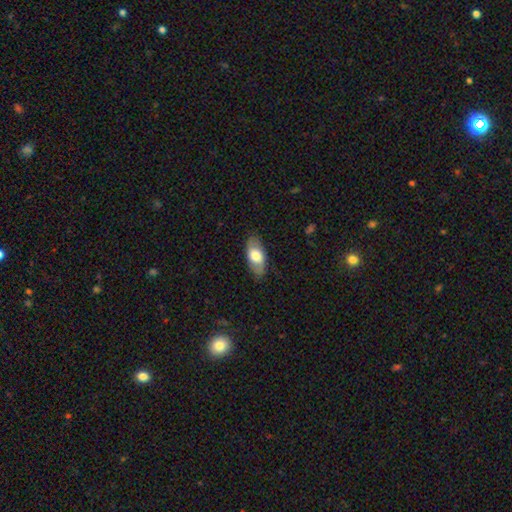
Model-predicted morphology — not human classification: smooth-or-featured: smooth: 63% | featured or disk: 31% | star or artifact: 6%
  how-rounded: in between: 88% | cigar-shaped: 8% | round: 4%
  merging: none: 82% | minor disturbance: 14% | major disturbance: 3% | merger: 1%